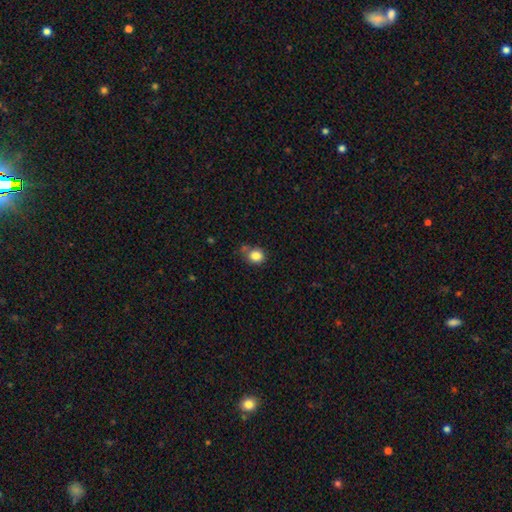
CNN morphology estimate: Q: Smooth or featured?
A: smooth (84%); runner-up: star or artifact (11%)
Q: How rounded?
A: round (81%); runner-up: in between (18%)
Q: Merging?
A: none (65%); runner-up: minor disturbance (21%)